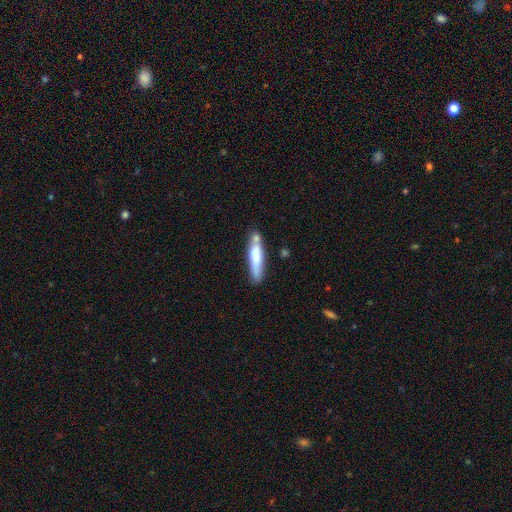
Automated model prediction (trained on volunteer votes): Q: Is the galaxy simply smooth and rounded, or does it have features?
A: smooth — 69%.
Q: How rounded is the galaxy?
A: cigar-shaped — 82%.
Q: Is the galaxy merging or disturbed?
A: none — 54%.